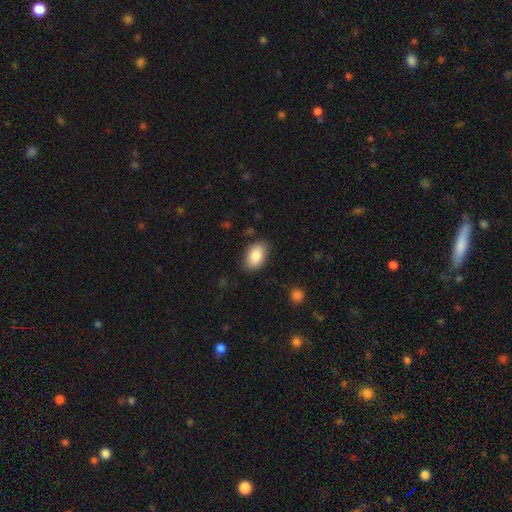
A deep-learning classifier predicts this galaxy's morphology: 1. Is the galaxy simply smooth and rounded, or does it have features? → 85% smooth, 8% featured or disk, 7% star or artifact.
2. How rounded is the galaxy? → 92% in between, 7% round, 1% cigar-shaped.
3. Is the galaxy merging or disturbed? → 85% none, 11% minor disturbance, 3% major disturbance, 1% merger.